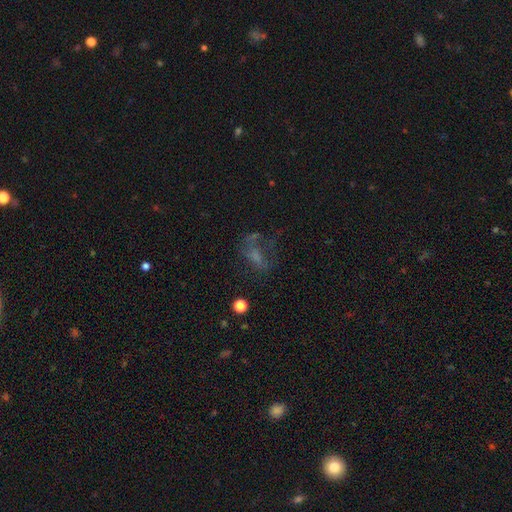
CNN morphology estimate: Smooth or featured: featured or disk — 38% (smooth — 35%)
Merging: none — 38% (major disturbance — 37%)